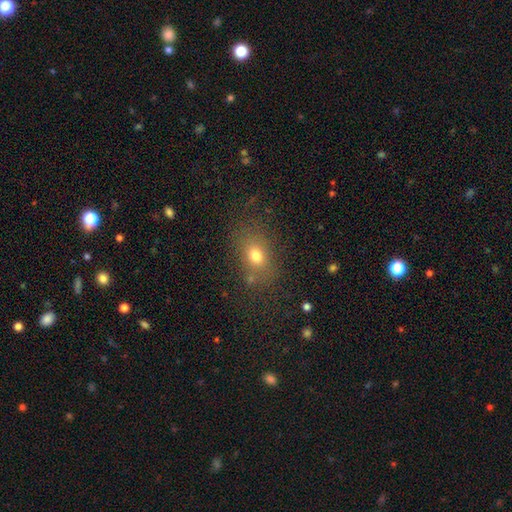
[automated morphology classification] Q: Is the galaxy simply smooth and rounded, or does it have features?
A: smooth — 73%.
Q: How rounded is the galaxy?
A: in between — 66%.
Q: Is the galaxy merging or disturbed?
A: none — 74%.